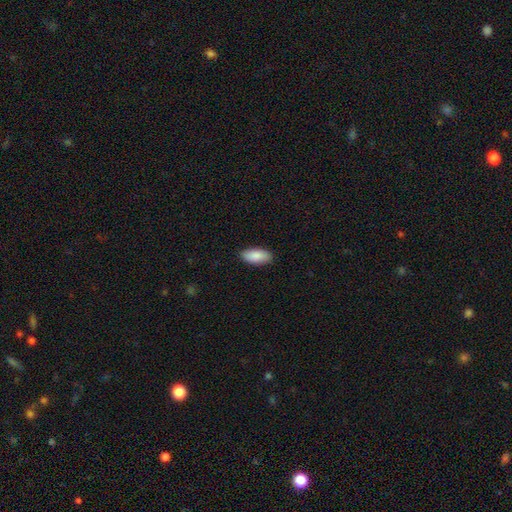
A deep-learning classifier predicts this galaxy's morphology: Smooth or featured? smooth (89%)
How rounded? in between (89%)
Merging? none (89%)